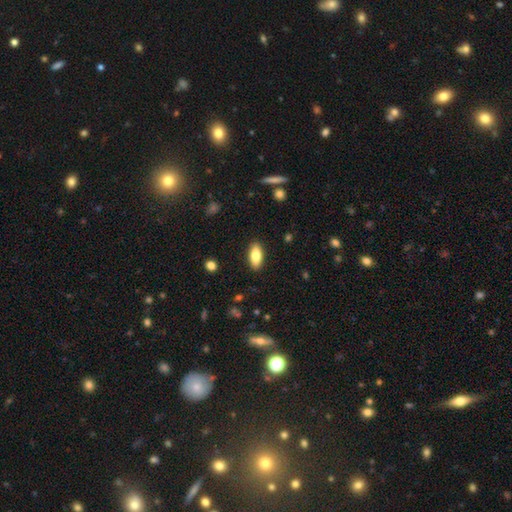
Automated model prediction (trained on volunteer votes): Morphology: type=smooth (82%); roundness=in between (82%); merging=none (89%).